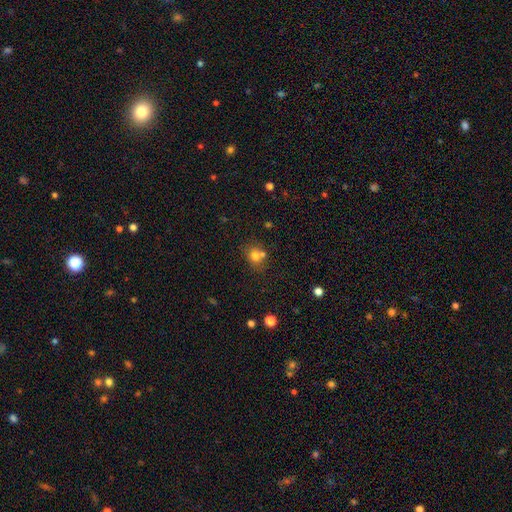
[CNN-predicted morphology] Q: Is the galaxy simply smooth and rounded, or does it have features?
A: smooth — 74%.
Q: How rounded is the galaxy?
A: round — 69%.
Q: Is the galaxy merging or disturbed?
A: none — 53%.